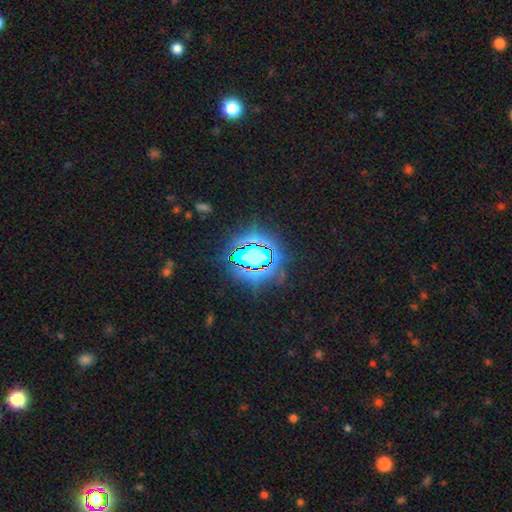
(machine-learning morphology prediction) Q: Smooth or featured?
A: star or artifact (77%); runner-up: smooth (14%)